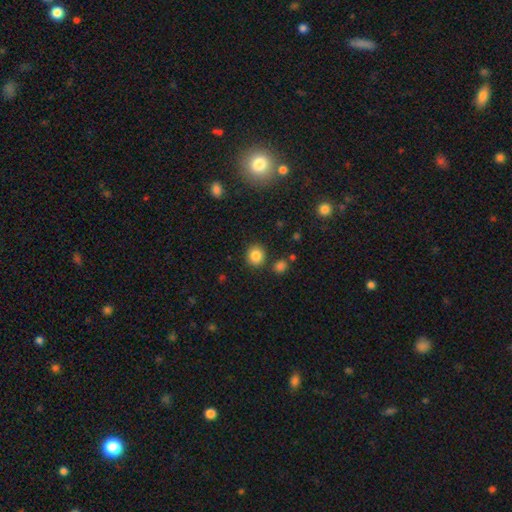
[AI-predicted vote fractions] Morphology: type=smooth (85%); roundness=round (85%); merging=none (86%).